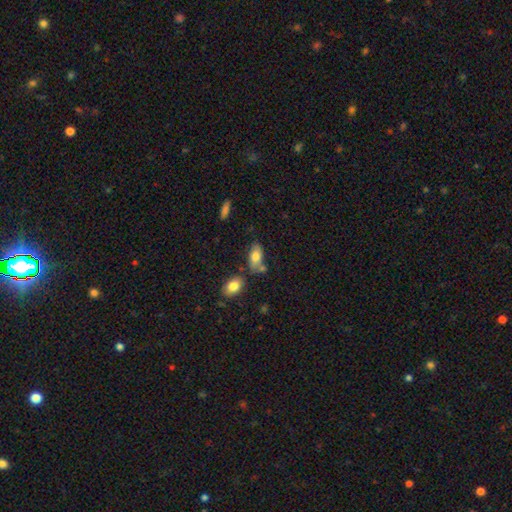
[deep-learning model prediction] Overall: smooth (74%). How rounded: in between (90%). Merging: none (59%; minor disturbance 20%).